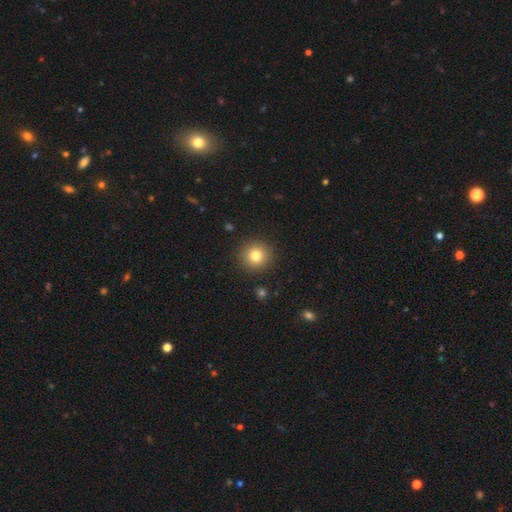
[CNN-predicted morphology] The model was most divided on "smooth or featured": smooth: 81%, star or artifact: 11%, featured or disk: 8%. More confident: how rounded — round (95%); merging — none (91%).